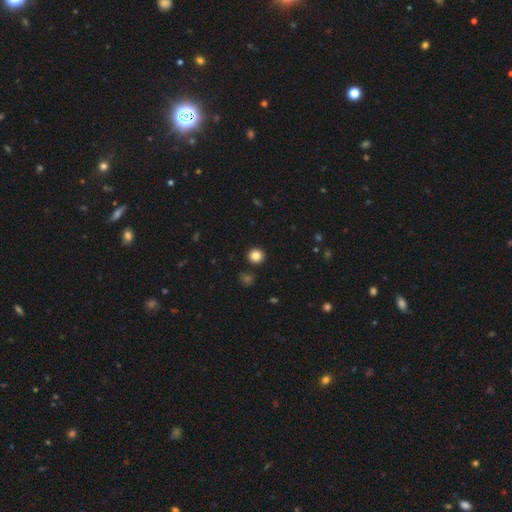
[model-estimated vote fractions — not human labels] Q: Smooth or featured?
A: smooth (85%); runner-up: star or artifact (11%)
Q: How rounded?
A: round (92%); runner-up: in between (7%)
Q: Merging?
A: none (92%); runner-up: minor disturbance (5%)